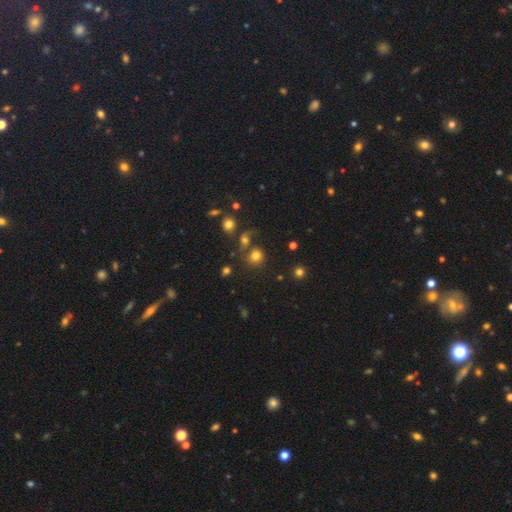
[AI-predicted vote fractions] smooth 75%, star or artifact 16%, featured or disk 9%. Down the decision tree: how rounded — round (86%); merging — none (64%).